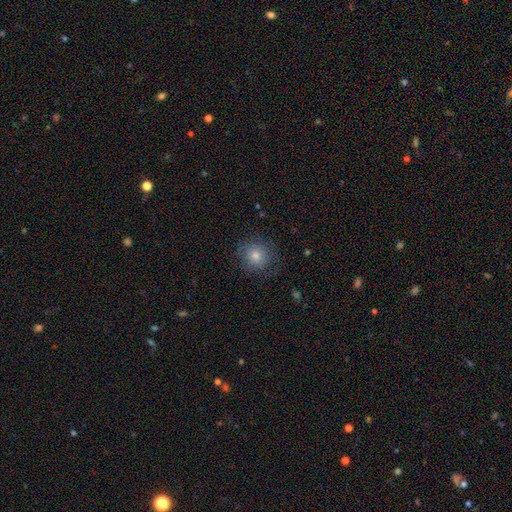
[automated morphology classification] The model was most divided on "smooth or featured": smooth: 60%, featured or disk: 27%, star or artifact: 13%. More confident: how rounded — round (91%); merging — none (78%).